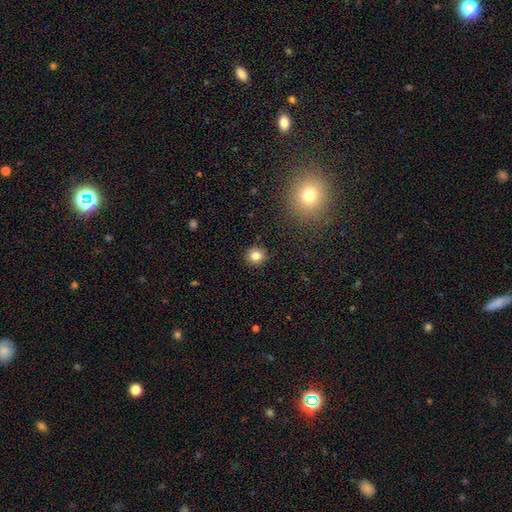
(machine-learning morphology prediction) The model was most divided on "smooth or featured": smooth: 82%, star or artifact: 11%, featured or disk: 7%. More confident: merging — none (91%); how rounded — round (87%).